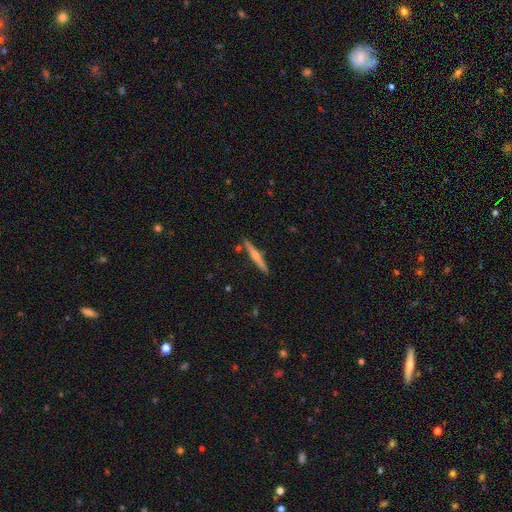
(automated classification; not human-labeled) Smooth or featured? featured or disk (52%)
Edge-on disk? yes (97%)
Edge-on bulge? rounded (69%)
Merging? none (87%)